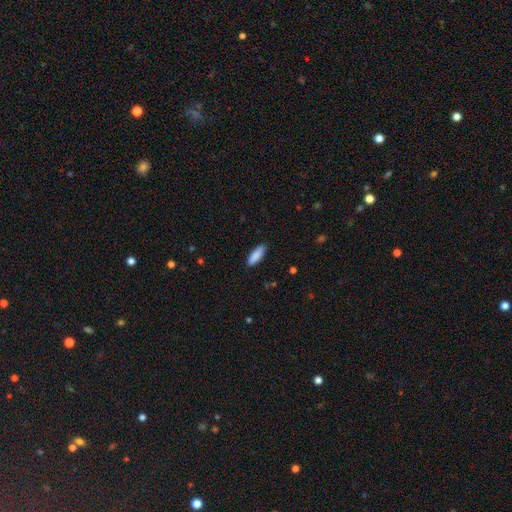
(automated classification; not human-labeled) Q: Smooth or featured?
A: smooth (89%); runner-up: star or artifact (6%)
Q: How rounded?
A: in between (60%); runner-up: cigar-shaped (39%)
Q: Merging?
A: none (88%); runner-up: minor disturbance (9%)